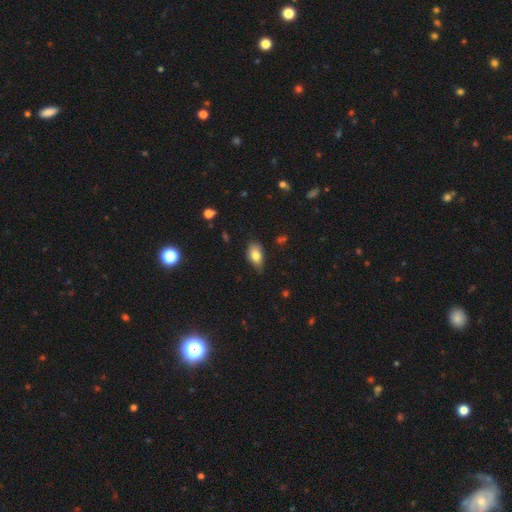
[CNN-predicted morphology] Smooth or featured?
  - smooth: 79% *
  - featured or disk: 12%
  - star or artifact: 9%
How rounded?
  - in between: 89% *
  - round: 8%
  - cigar-shaped: 3%
Merging?
  - none: 59% *
  - minor disturbance: 34%
  - major disturbance: 5%
  - merger: 2%